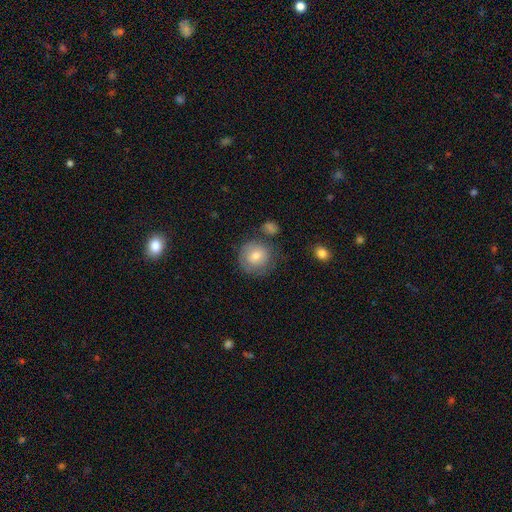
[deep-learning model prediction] Q: Smooth or featured?
A: smooth (69%); runner-up: featured or disk (22%)
Q: How rounded?
A: round (89%); runner-up: in between (10%)
Q: Merging?
A: none (71%); runner-up: minor disturbance (17%)